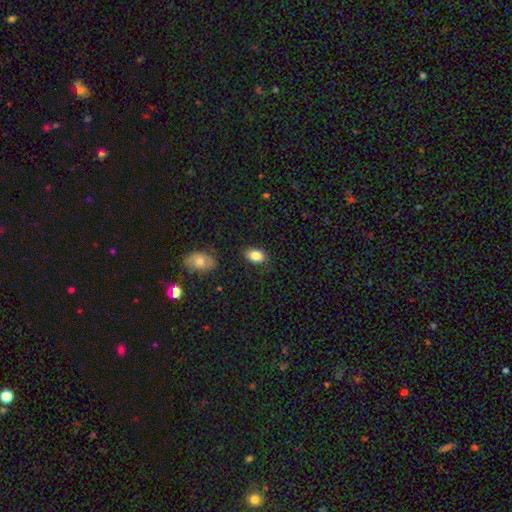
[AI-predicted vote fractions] smooth_or_featured: smooth (p=0.84) [alt: star or artifact p=0.08]
how_rounded: in between (p=0.86) [alt: round p=0.13]
merging: none (p=0.81) [alt: minor disturbance p=0.14]